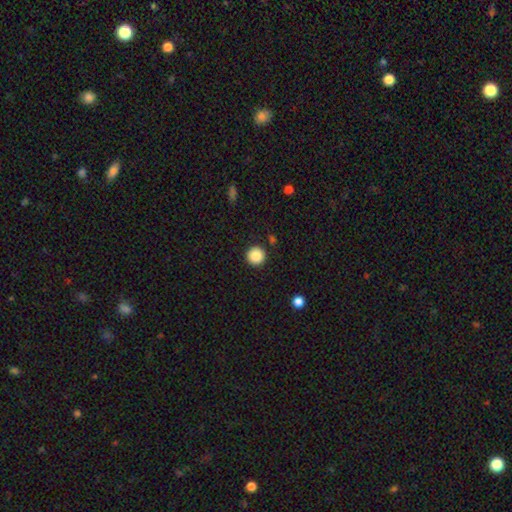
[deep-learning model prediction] Smooth or featured: smooth — 87% (star or artifact — 9%)
How rounded: round — 96% (in between — 3%)
Merging: none — 92% (minor disturbance — 5%)